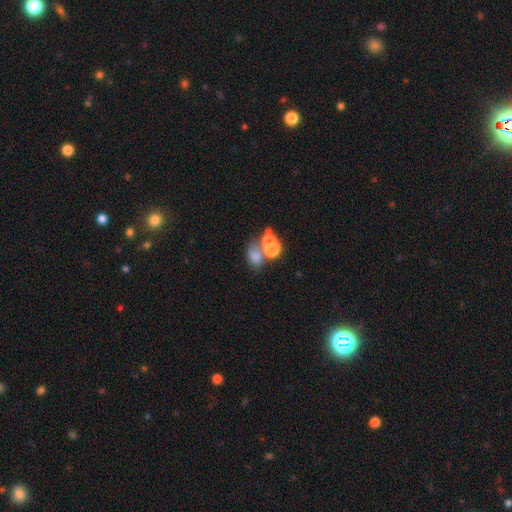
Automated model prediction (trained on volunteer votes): smooth-or-featured: smooth: 63% | star or artifact: 19% | featured or disk: 18%
  how-rounded: in between: 52% | round: 47% | cigar-shaped: 1%
  merging: merger: 48% | none: 33% | major disturbance: 10% | minor disturbance: 10%